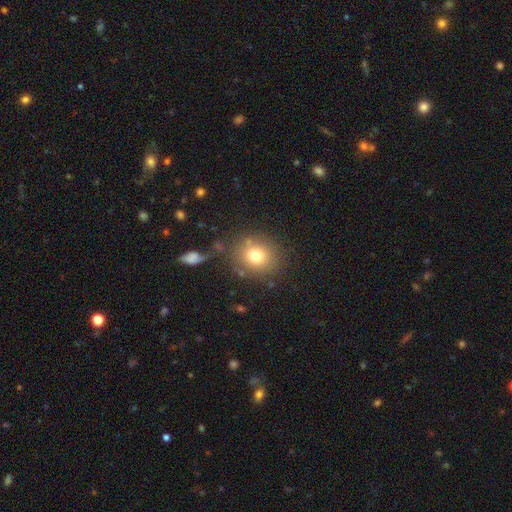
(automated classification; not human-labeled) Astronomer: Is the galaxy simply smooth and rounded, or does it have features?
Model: smooth — 77%.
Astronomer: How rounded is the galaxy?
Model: round — 81%.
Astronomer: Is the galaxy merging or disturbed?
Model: none — 78%.